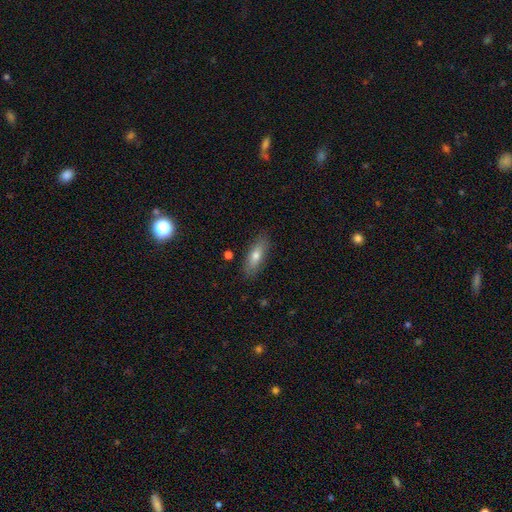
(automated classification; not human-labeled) smooth 71%, featured or disk 22%, star or artifact 7%. Down the decision tree: how rounded — in between (65%); merging — none (84%).